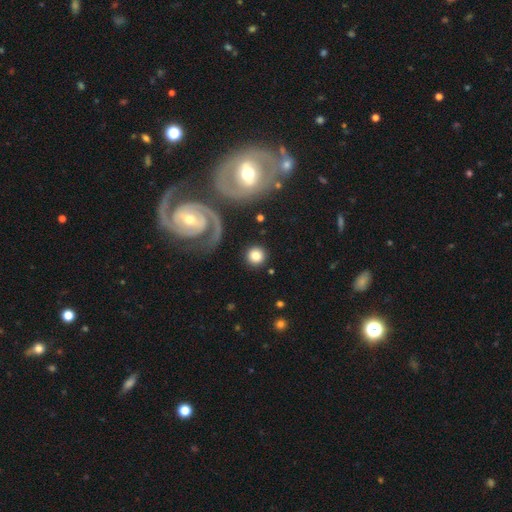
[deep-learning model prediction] Morphology: type=smooth (77%); roundness=round (92%); merging=none (86%).